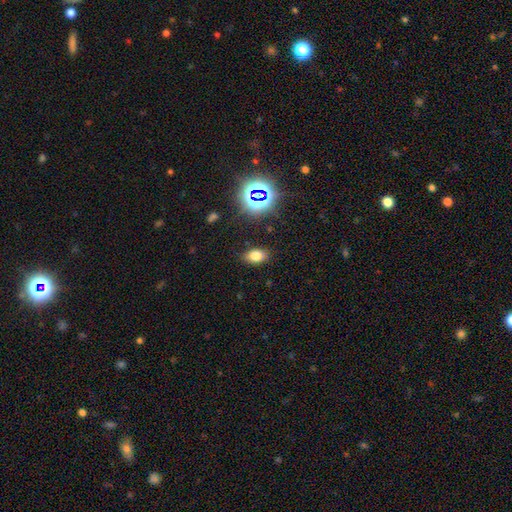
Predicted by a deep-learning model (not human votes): smooth-or-featured: smooth: 71% | star or artifact: 18% | featured or disk: 10%
  how-rounded: in between: 86% | round: 12% | cigar-shaped: 2%
  merging: none: 85% | minor disturbance: 11% | major disturbance: 3% | merger: 1%